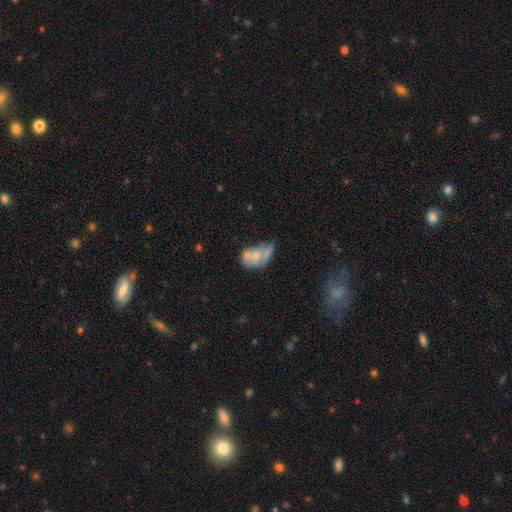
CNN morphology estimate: This appears to be a smooth galaxy with no disk features (56%) that is in between round and cigar-shaped (79%). Merging: merger (29%).